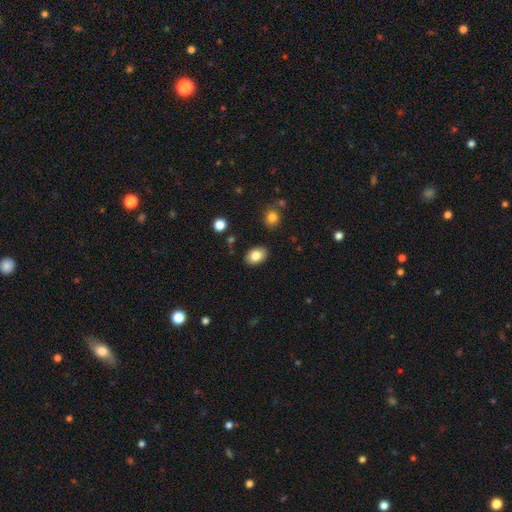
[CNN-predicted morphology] Smooth or featured? Predicted: smooth (p=0.84). How rounded? Predicted: in between (p=0.81). Merging? Predicted: none (p=0.87).